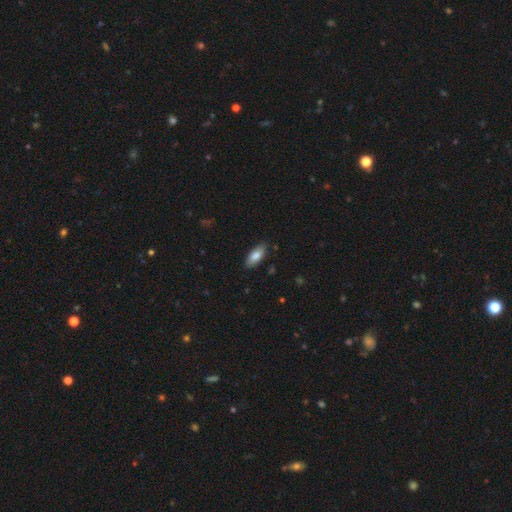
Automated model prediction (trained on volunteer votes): Q: Smooth or featured?
A: smooth (83%); runner-up: featured or disk (11%)
Q: How rounded?
A: in between (84%); runner-up: cigar-shaped (14%)
Q: Merging?
A: none (85%); runner-up: minor disturbance (12%)